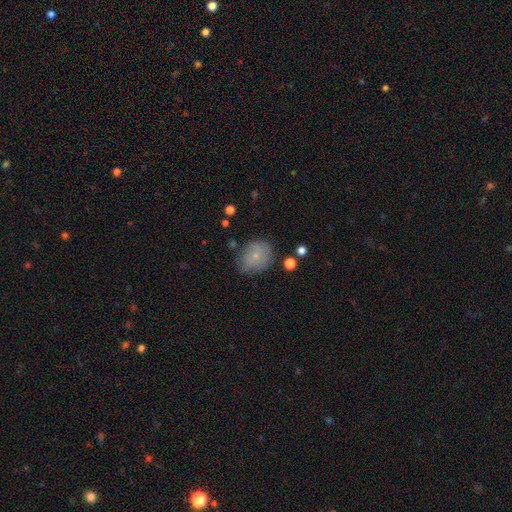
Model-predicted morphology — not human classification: A smooth galaxy with no disk features (71%) that is round (58%).

Vote fractions:
- Smooth or featured? smooth: 71% / featured or disk: 19% / star or artifact: 10%
- How rounded? round: 58% / in between: 41% / cigar-shaped: 1%
- Merging? none: 68% / minor disturbance: 23% / major disturbance: 6% / merger: 3%